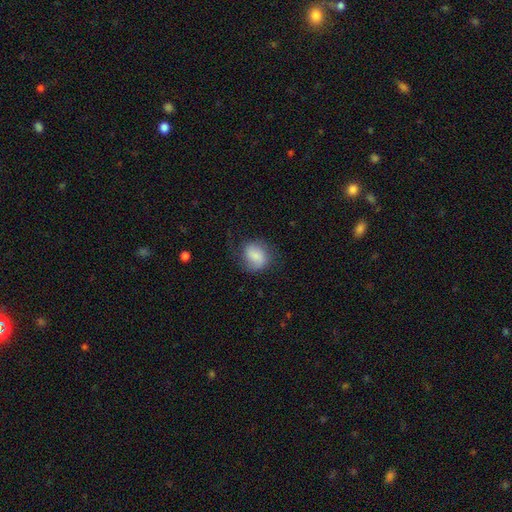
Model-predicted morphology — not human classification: The model was most divided on "how rounded": round: 56%, in between: 43%, cigar-shaped: 1%. More confident: smooth or featured — smooth (71%); merging — none (60%).